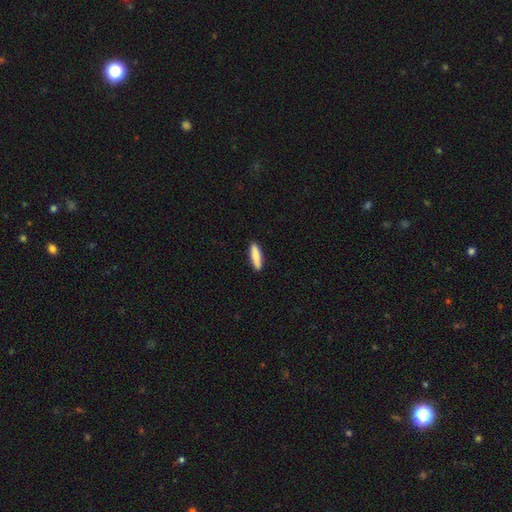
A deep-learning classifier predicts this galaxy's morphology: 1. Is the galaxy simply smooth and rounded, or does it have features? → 86% smooth, 9% featured or disk, 5% star or artifact.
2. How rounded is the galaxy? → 77% cigar-shaped, 22% in between, 1% round.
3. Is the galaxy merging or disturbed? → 90% none, 7% minor disturbance, 1% major disturbance, 1% merger.